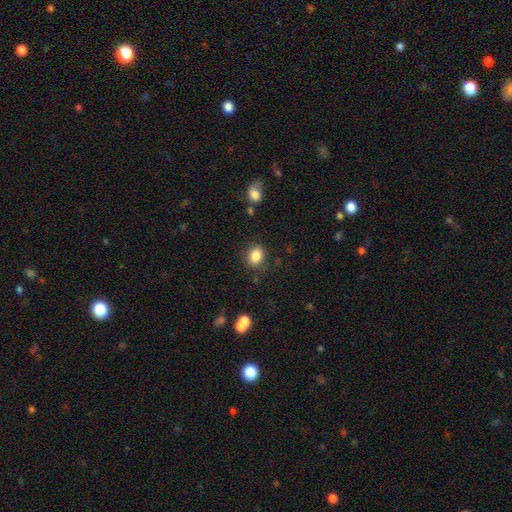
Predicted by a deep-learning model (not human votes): Smooth or featured? smooth (86%)
How rounded? in between (56%)
Merging? none (83%)